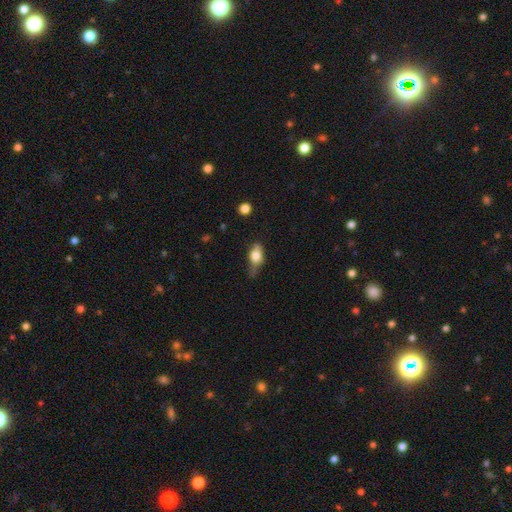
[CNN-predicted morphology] smooth-or-featured: smooth: 66% | featured or disk: 25% | star or artifact: 9%
  how-rounded: in between: 76% | round: 13% | cigar-shaped: 11%
  merging: none: 39% (tied) | minor disturbance: 39% (tied) | major disturbance: 19% | merger: 4%